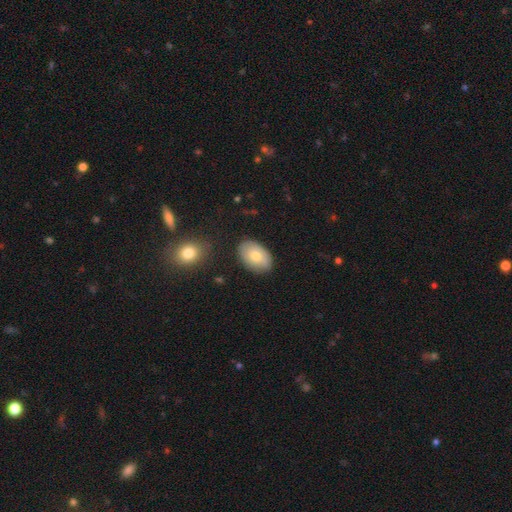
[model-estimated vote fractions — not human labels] Overall: smooth (66%; featured or disk 27%). How rounded: in between (90%). Merging: none (83%).